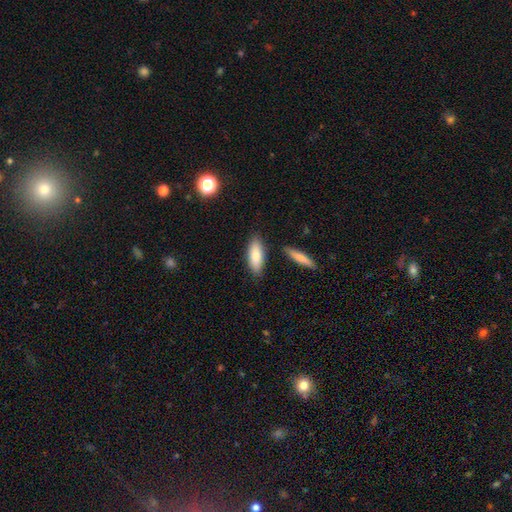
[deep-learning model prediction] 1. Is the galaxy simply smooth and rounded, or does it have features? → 80% smooth, 14% featured or disk, 6% star or artifact.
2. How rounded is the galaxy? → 70% in between, 28% cigar-shaped, 2% round.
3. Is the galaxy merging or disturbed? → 82% none, 11% minor disturbance, 5% merger, 2% major disturbance.